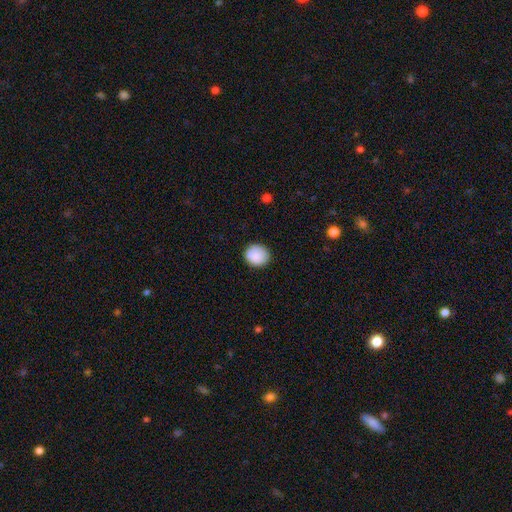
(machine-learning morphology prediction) Smooth or featured?
  - smooth: 87% *
  - star or artifact: 7%
  - featured or disk: 5%
How rounded?
  - round: 83% *
  - in between: 17%
  - cigar-shaped: 1%
Merging?
  - none: 86% *
  - minor disturbance: 11%
  - major disturbance: 2%
  - merger: 1%